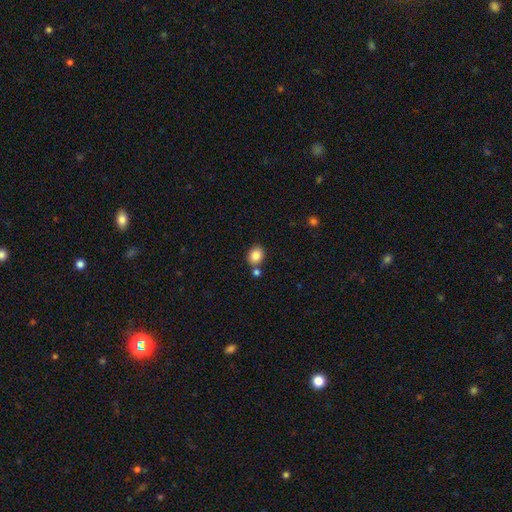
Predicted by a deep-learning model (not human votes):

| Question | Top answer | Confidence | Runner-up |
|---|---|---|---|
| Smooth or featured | smooth | 84% | star or artifact (9%) |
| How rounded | round | 52% | in between (47%) |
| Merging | none | 73% | merger (14%) |